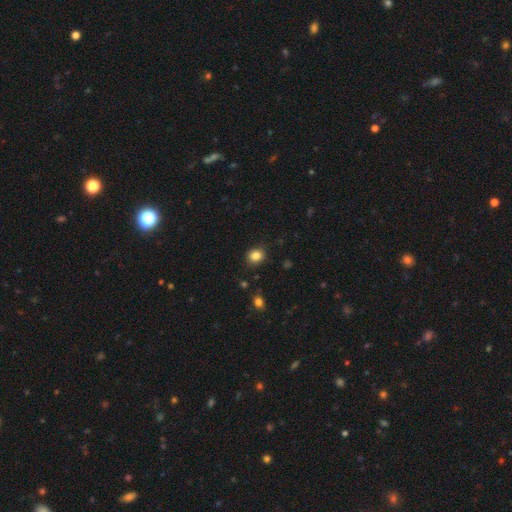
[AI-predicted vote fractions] This is clearly a smooth galaxy (84%). How rounded: likely round (68%). Merging: clearly none (86%).